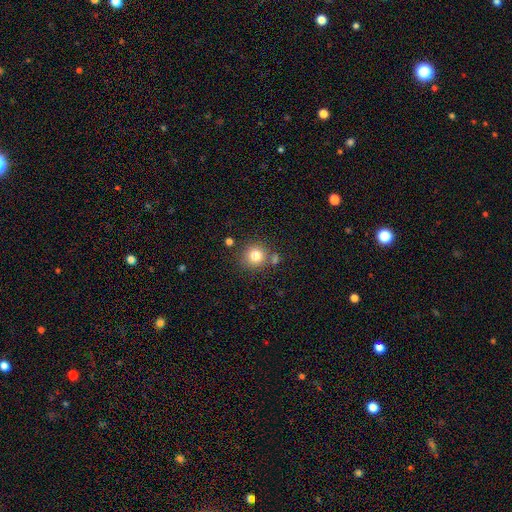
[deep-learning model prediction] Morphology: type=smooth (80%); roundness=round (92%); merging=none (76%).